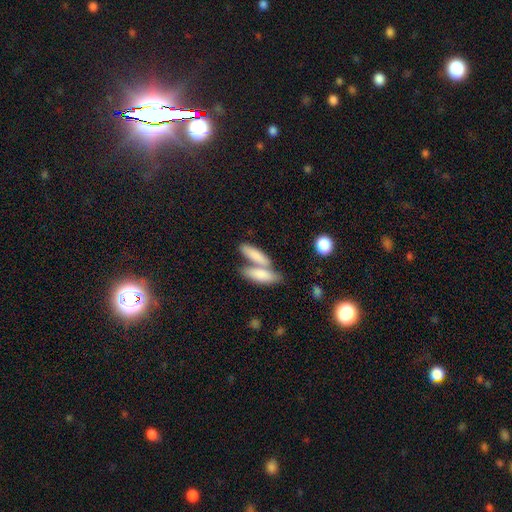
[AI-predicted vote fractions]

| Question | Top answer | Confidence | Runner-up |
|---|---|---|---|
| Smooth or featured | smooth | 79% | featured or disk (16%) |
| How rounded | in between | 49% | cigar-shaped (48%) |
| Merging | merger | 51% | none (36%) |